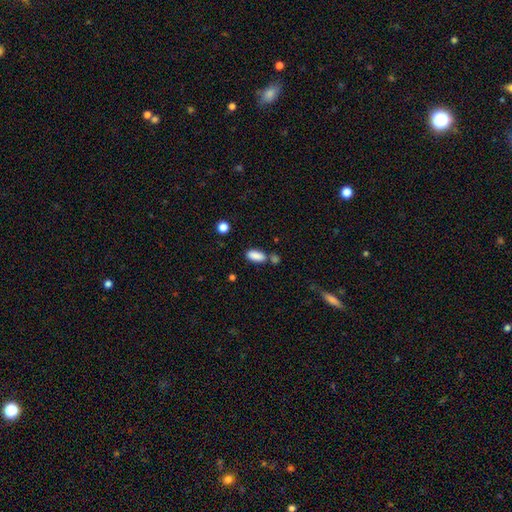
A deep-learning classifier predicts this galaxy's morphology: This appears to be a smooth galaxy with no disk features (87%) that is in between round and cigar-shaped (86%). Merging: none (64%).